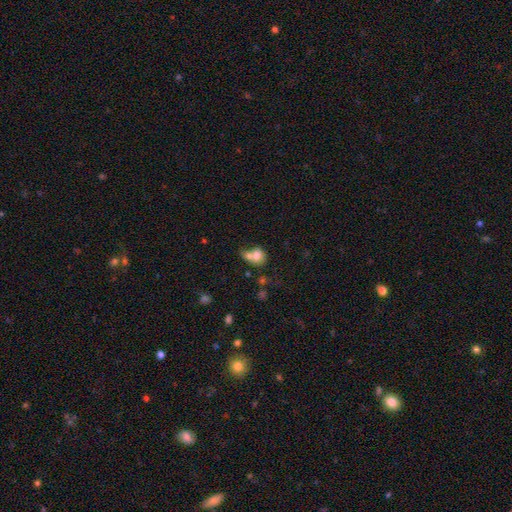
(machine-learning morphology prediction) Smooth or featured: smooth — 72% (featured or disk — 18%)
How rounded: round — 59% (in between — 40%)
Merging: merger — 63% (none — 22%)